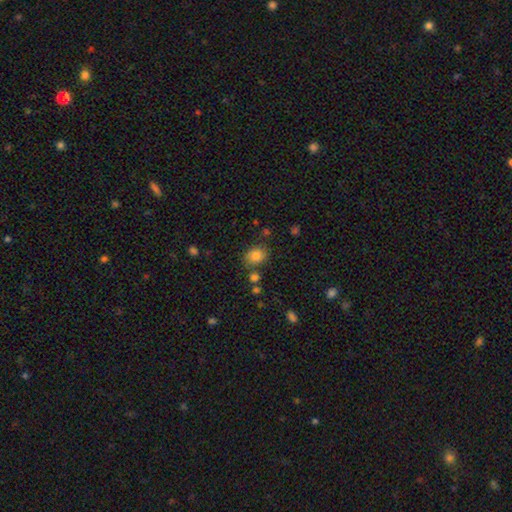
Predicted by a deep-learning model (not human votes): Smooth or featured? smooth (83%)
How rounded? round (53%)
Merging? none (74%)